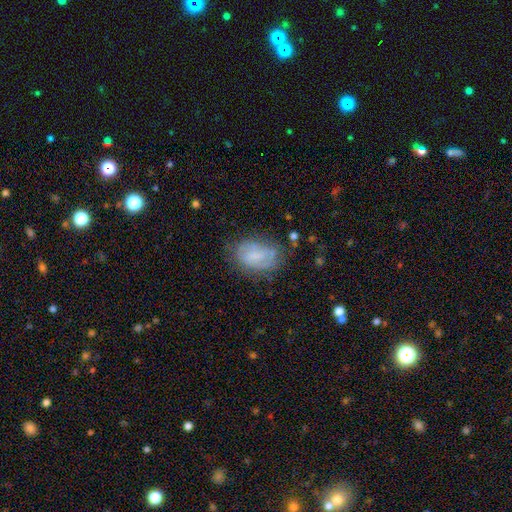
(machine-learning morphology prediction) Smooth or featured? Predicted: smooth (p=0.47). Merging? Predicted: none (p=0.59).